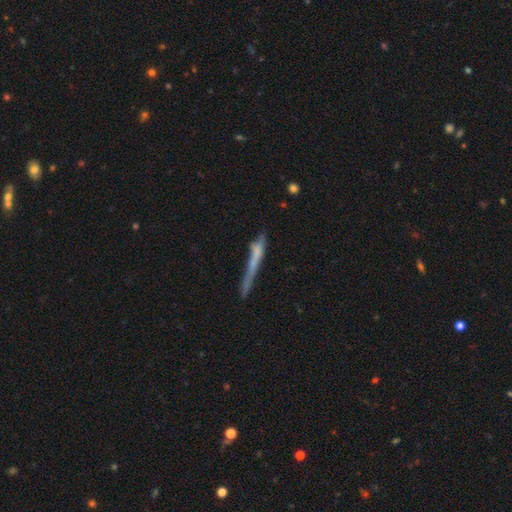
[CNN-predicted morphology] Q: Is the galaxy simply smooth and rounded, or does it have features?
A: smooth — 50%.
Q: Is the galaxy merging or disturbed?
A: none — 53%.